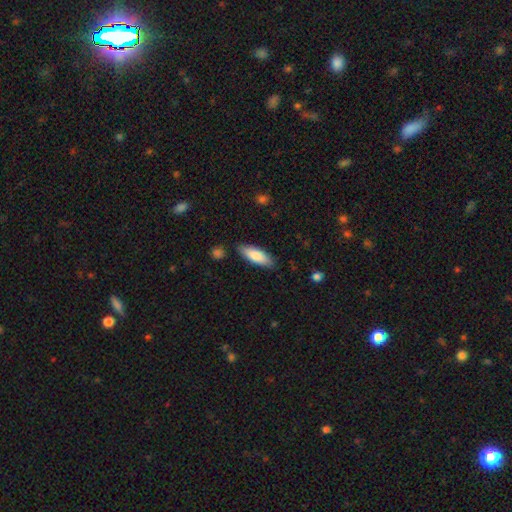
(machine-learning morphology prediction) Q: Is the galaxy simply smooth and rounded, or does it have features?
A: smooth — 82%.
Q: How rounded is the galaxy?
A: in between — 59%.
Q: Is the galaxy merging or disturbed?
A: none — 86%.